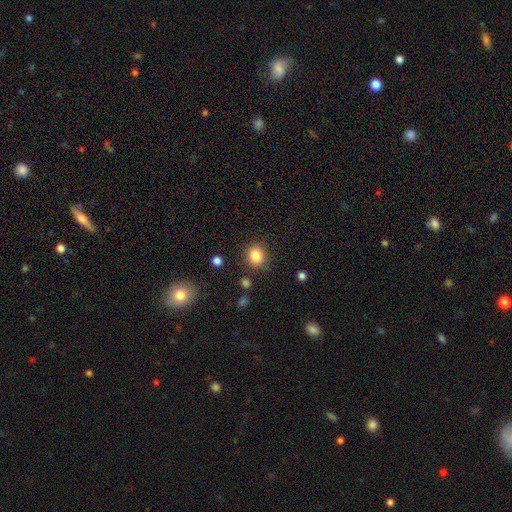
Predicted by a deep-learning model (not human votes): smooth-or-featured: smooth: 84% | star or artifact: 11% | featured or disk: 5%
  how-rounded: round: 83% | in between: 16% | cigar-shaped: 1%
  merging: none: 84% | minor disturbance: 10% | major disturbance: 3% | merger: 3%